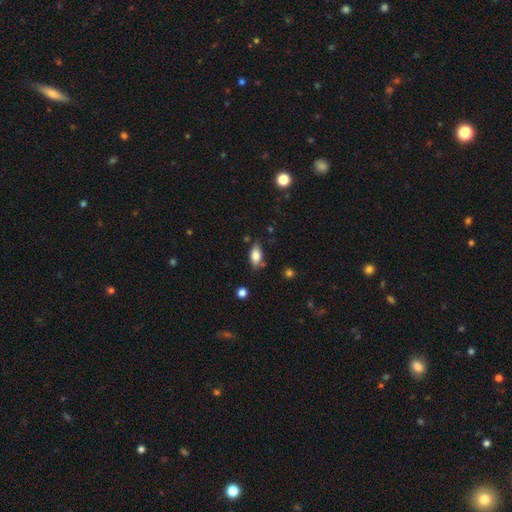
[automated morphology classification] This is likely a smooth galaxy (80%). How rounded: clearly in between (88%). Merging: likely none (73%).